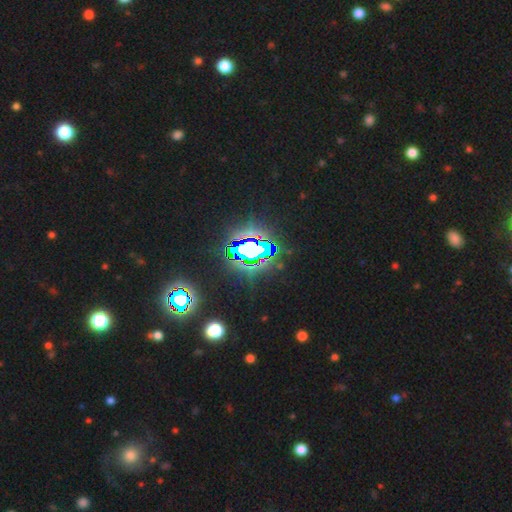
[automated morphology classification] Smooth or featured? Predicted: star or artifact (p=0.83).